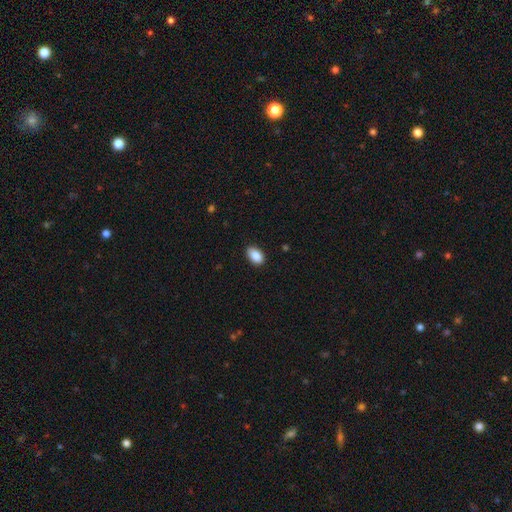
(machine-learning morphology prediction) Smooth or featured? Predicted: smooth (p=0.88). How rounded? Predicted: in between (p=0.91). Merging? Predicted: none (p=0.88).